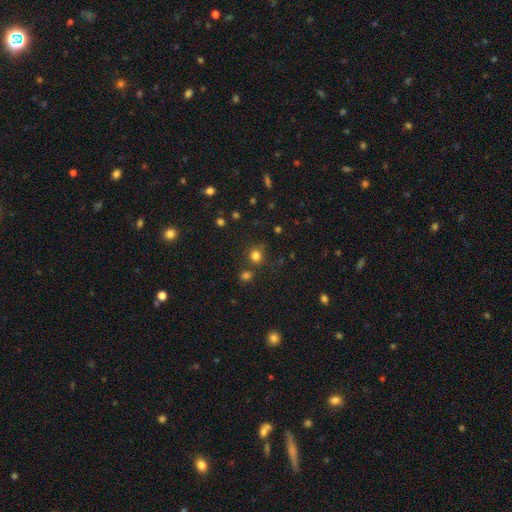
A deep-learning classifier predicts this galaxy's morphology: Smooth or featured: smooth — 77% (star or artifact — 17%)
How rounded: round — 83% (in between — 16%)
Merging: none — 74% (merger — 12%)